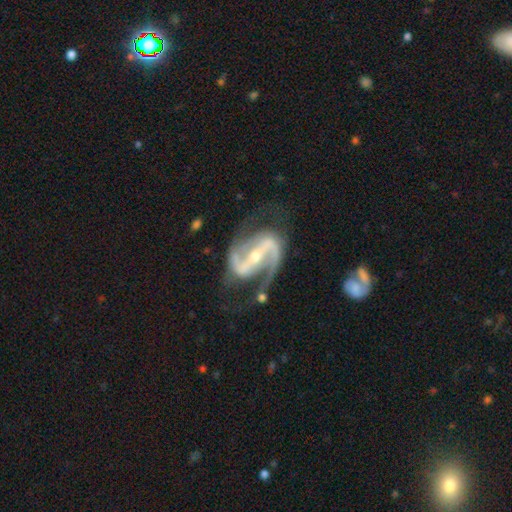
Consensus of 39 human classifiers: This is clearly a featured or disk galaxy (92%). It is clearly not viewed edge-on (97%). Bar: likely strong (69%). Spiral arm pattern: clearly yes (100%). Spiral arm count: clearly 2 (97%). Spiral winding: likely medium (69%). Central bulge: possibly moderate (51%). Merging: likely none (72%).